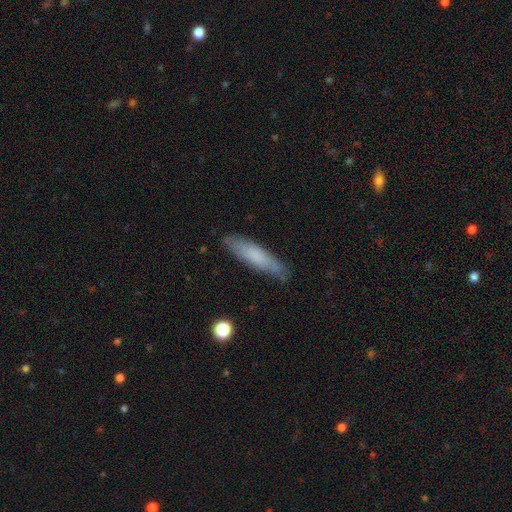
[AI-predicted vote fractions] Q: Smooth or featured?
A: smooth (71%); runner-up: featured or disk (23%)
Q: How rounded?
A: cigar-shaped (76%); runner-up: in between (22%)
Q: Merging?
A: none (79%); runner-up: minor disturbance (16%)